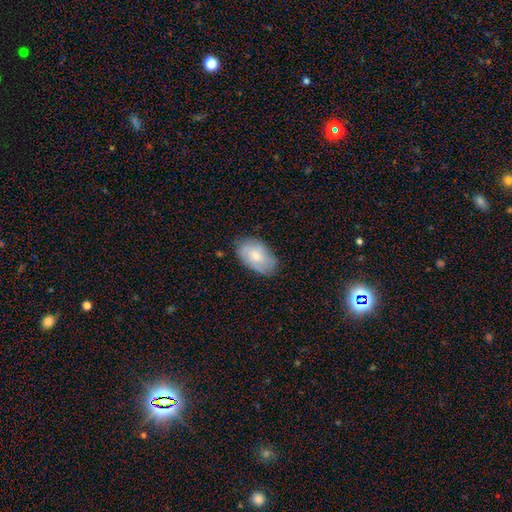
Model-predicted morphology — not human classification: The model was most divided on "smooth or featured": smooth: 59%, featured or disk: 34%, star or artifact: 7%. More confident: how rounded — in between (92%); merging — none (73%).